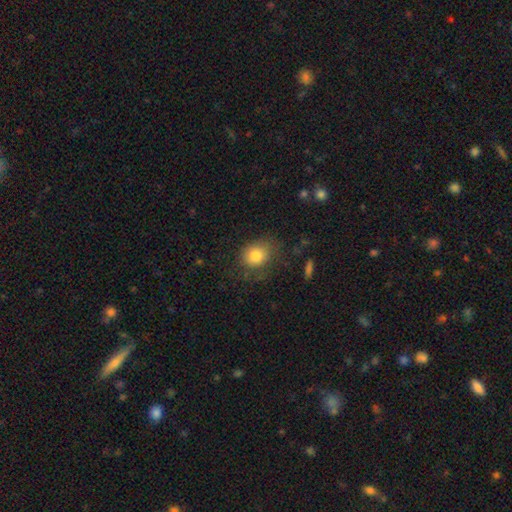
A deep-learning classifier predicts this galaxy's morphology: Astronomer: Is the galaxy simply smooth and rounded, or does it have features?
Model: smooth — 81%.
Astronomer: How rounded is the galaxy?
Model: round — 57% (runner-up: in between, 42%).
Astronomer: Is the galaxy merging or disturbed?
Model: none — 64%.